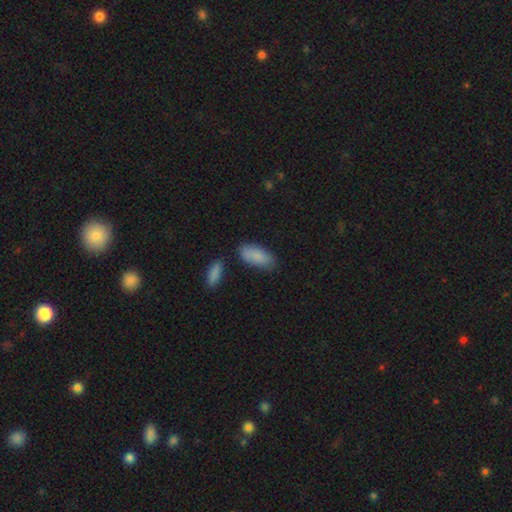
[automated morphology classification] Smooth or featured? Predicted: smooth (p=0.86). How rounded? Predicted: in between (p=0.87). Merging? Predicted: none (p=0.72).